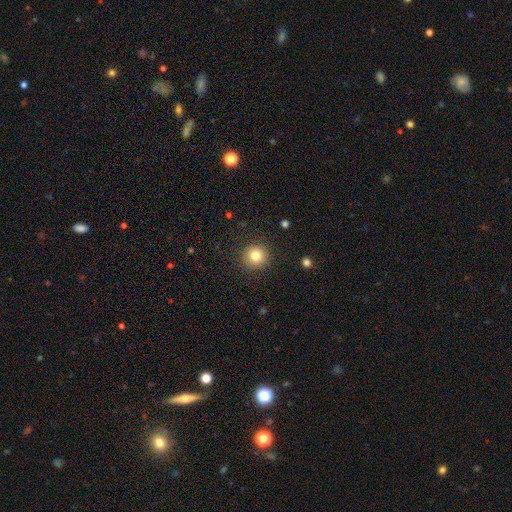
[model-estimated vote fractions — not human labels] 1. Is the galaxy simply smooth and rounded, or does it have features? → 81% smooth, 11% star or artifact, 7% featured or disk.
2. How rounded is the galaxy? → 94% round, 5% in between, 1% cigar-shaped.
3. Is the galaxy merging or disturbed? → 90% none, 7% minor disturbance, 3% major disturbance, 1% merger.